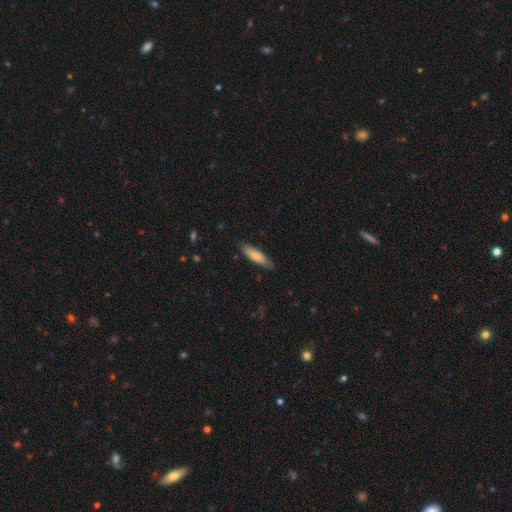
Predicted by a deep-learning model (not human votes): This appears to be a smooth galaxy with no disk features (79%) that is cigar-shaped (69%). Merging: none (83%).